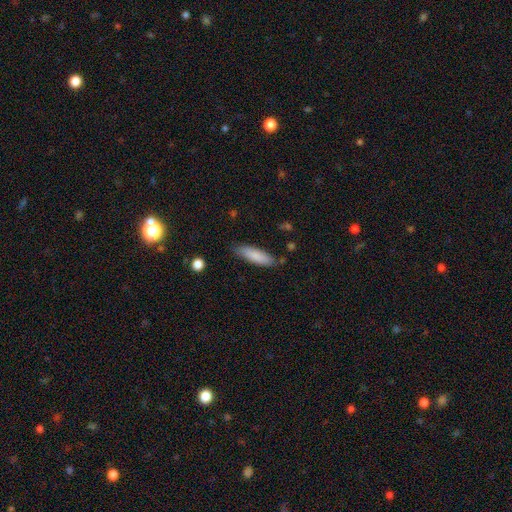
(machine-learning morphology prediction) Smooth or featured? smooth (84%)
How rounded? cigar-shaped (56%)
Merging? none (80%)